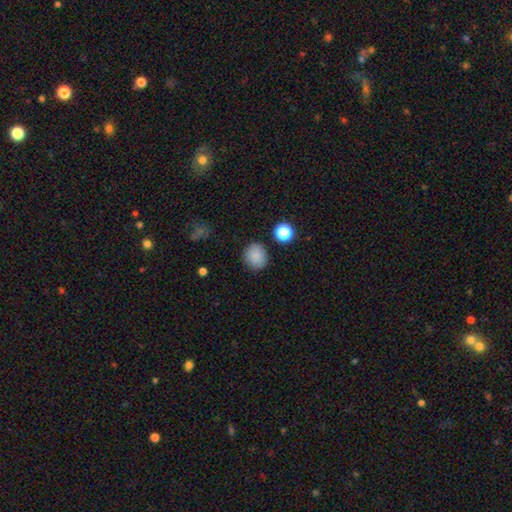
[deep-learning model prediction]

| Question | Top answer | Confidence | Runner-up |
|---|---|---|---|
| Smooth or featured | smooth | 85% | star or artifact (11%) |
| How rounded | round | 81% | in between (18%) |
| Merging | none | 86% | minor disturbance (9%) |